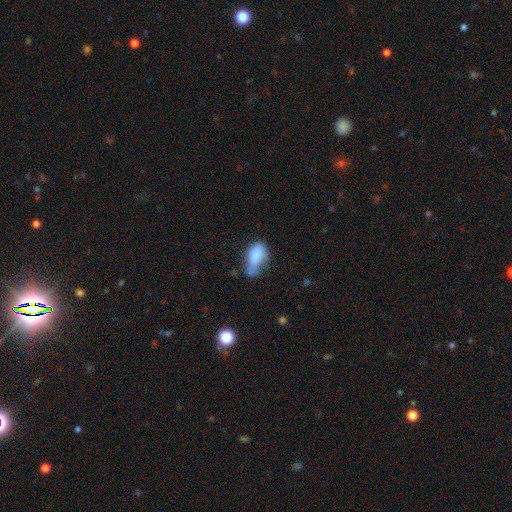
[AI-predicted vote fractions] This is likely a smooth galaxy (79%). How rounded: clearly in between (89%). Merging: marginally minor disturbance (37%).